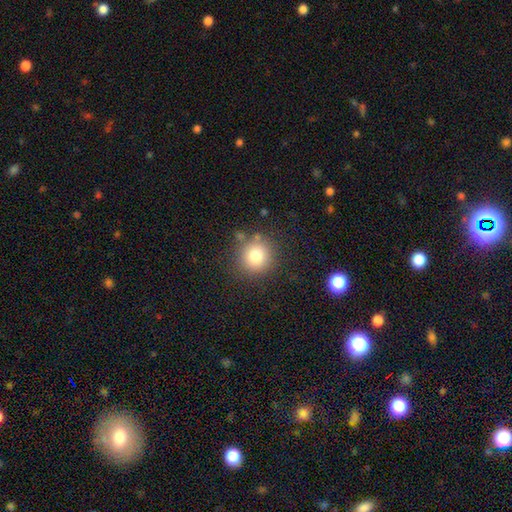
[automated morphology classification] smooth-or-featured: smooth: 79% | star or artifact: 12% | featured or disk: 9%
  how-rounded: round: 91% | in between: 8% | cigar-shaped: 1%
  merging: none: 82% | minor disturbance: 10% | merger: 4% | major disturbance: 4%